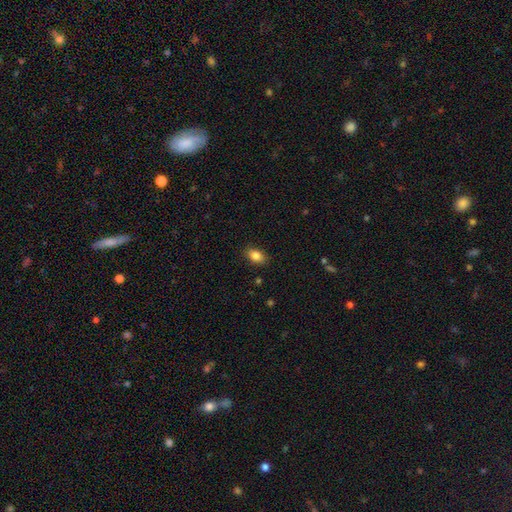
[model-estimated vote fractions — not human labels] smooth-or-featured: smooth: 85% | star or artifact: 9% | featured or disk: 6%
  how-rounded: in between: 85% | round: 13% | cigar-shaped: 2%
  merging: none: 87% | minor disturbance: 10% | major disturbance: 2% | merger: 1%